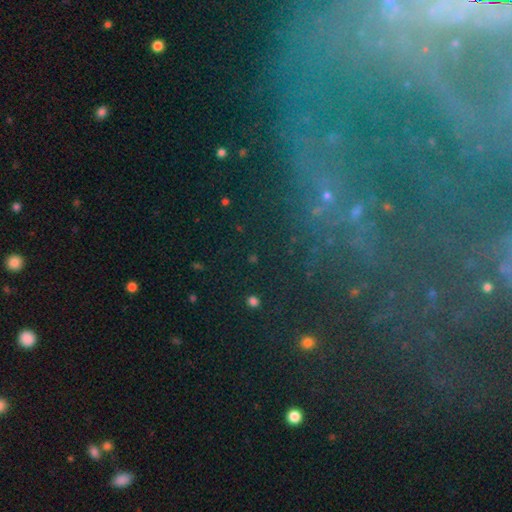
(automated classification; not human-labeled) Smooth or featured? featured or disk (41%, tied with star or artifact)
Merging? none (74%)